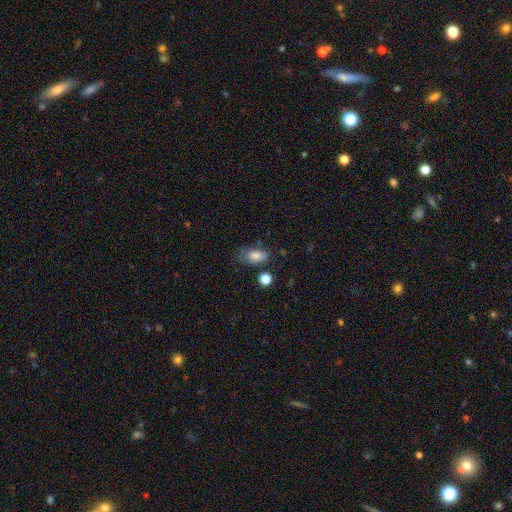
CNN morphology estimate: smooth-or-featured: smooth: 81% | featured or disk: 10% | star or artifact: 9%
  how-rounded: in between: 87% | round: 9% | cigar-shaped: 3%
  merging: none: 52% | minor disturbance: 29% | major disturbance: 13% | merger: 6%